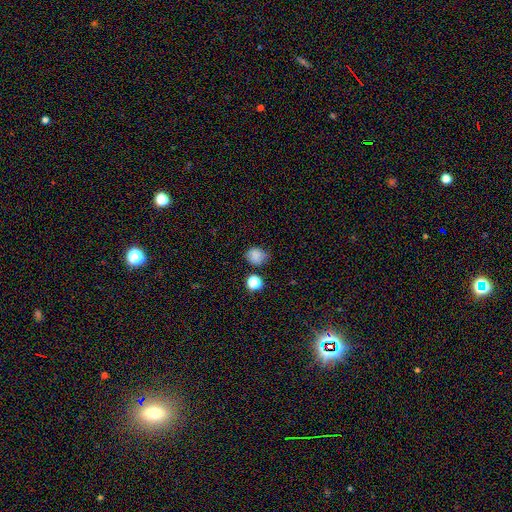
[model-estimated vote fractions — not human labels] This appears to be a smooth galaxy with no disk features (80%) that is round (65%). Merging: none (66%).